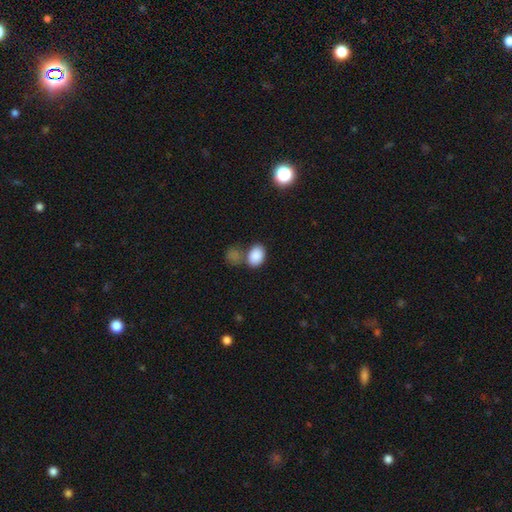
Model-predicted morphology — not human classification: smooth 87%, star or artifact 8%, featured or disk 5%. Down the decision tree: how rounded — in between (78%); merging — none (51%).